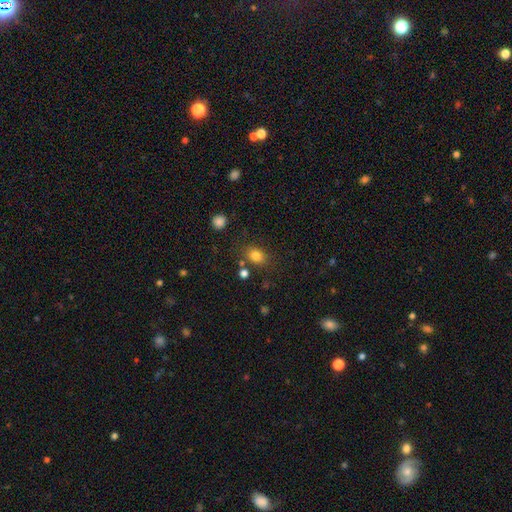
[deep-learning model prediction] Smooth or featured?
  - smooth: 81% *
  - star or artifact: 12%
  - featured or disk: 7%
How rounded?
  - in between: 56% *
  - round: 43%
  - cigar-shaped: 1%
Merging?
  - none: 75% *
  - minor disturbance: 13%
  - merger: 7%
  - major disturbance: 5%